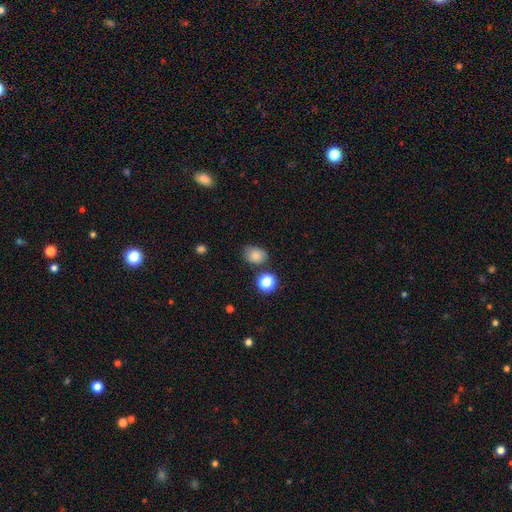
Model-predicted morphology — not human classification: Smooth or featured? Predicted: smooth (p=0.79). How rounded? Predicted: in between (p=0.60). Merging? Predicted: none (p=0.70).